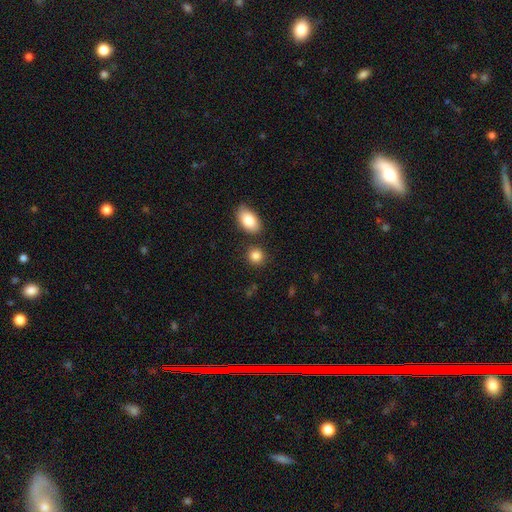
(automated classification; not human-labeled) Overall: smooth (85%). How rounded: round (76%). Merging: none (79%).